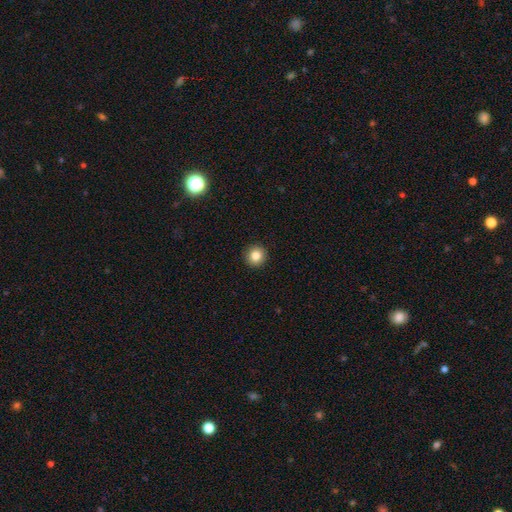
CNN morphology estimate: smooth-or-featured: smooth: 84% | star or artifact: 10% | featured or disk: 6%
  how-rounded: round: 95% | in between: 4% | cigar-shaped: 1%
  merging: none: 93% | minor disturbance: 4% | major disturbance: 2% | merger: 1%